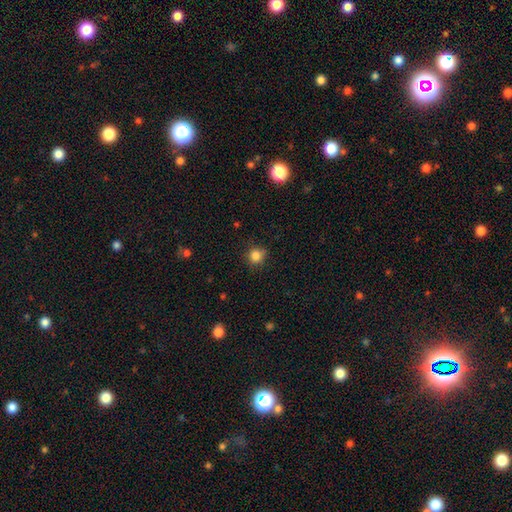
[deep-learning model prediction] This appears to be a smooth galaxy with no disk features (84%) that is round (90%). Merging: none (83%).